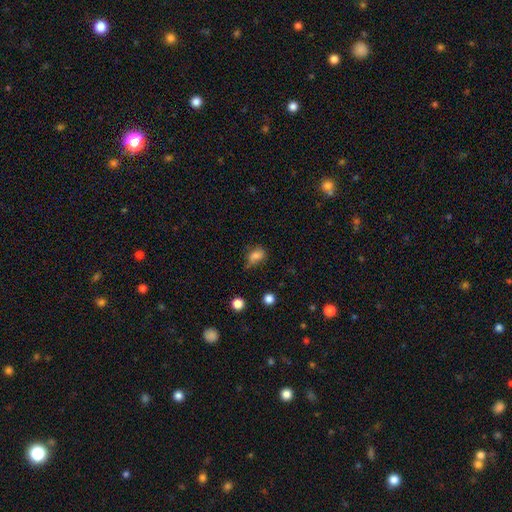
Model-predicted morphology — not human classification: Smooth or featured? smooth (79%)
How rounded? in between (79%)
Merging? none (46%)